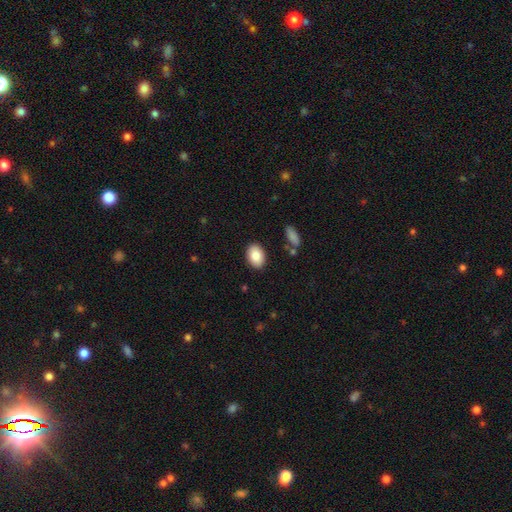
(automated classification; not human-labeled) Smooth or featured?
  - smooth: 85% *
  - featured or disk: 8%
  - star or artifact: 7%
How rounded?
  - in between: 87% *
  - round: 12%
  - cigar-shaped: 1%
Merging?
  - none: 88% *
  - minor disturbance: 8%
  - major disturbance: 2%
  - merger: 2%